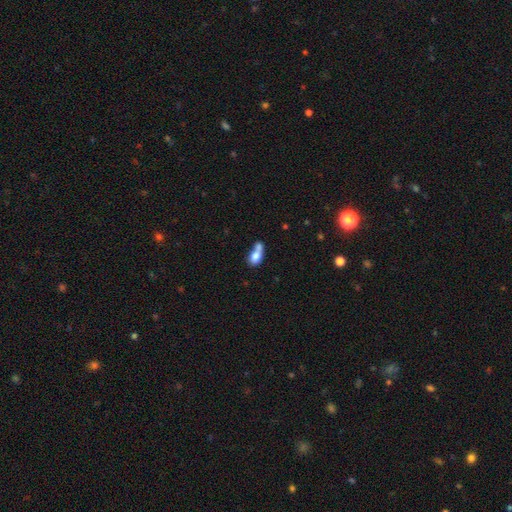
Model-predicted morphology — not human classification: Overall: smooth (75%). How rounded: in between (77%). Merging: merger (62%).